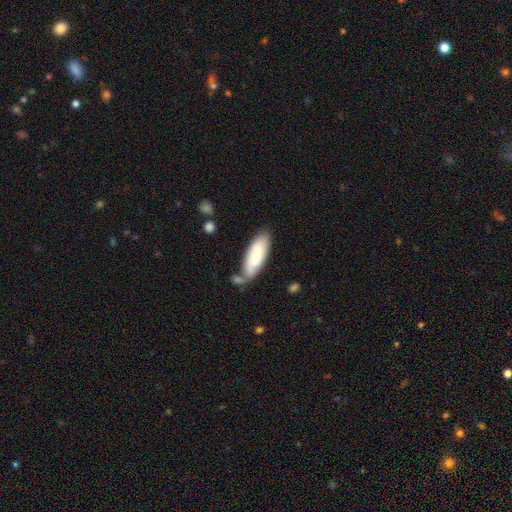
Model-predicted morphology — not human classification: smooth_or_featured: smooth (p=0.79) [alt: featured or disk p=0.15]
how_rounded: in between (p=0.67) [alt: cigar-shaped p=0.31]
merging: none (p=0.55) [alt: minor disturbance p=0.24]